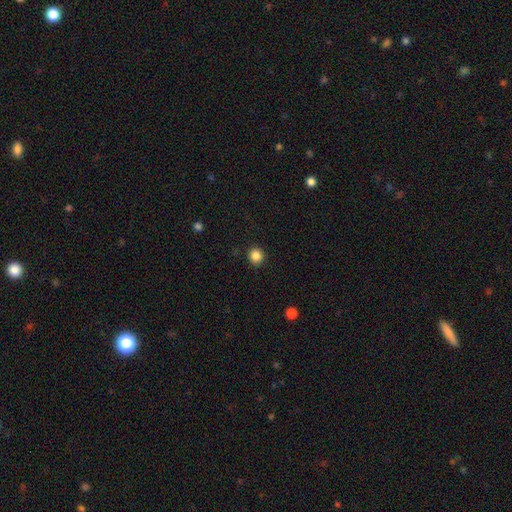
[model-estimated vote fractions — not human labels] smooth-or-featured: smooth: 86% | star or artifact: 11% | featured or disk: 3%
  how-rounded: round: 89% | in between: 10% | cigar-shaped: 1%
  merging: none: 92% | minor disturbance: 5% | major disturbance: 2% | merger: 1%